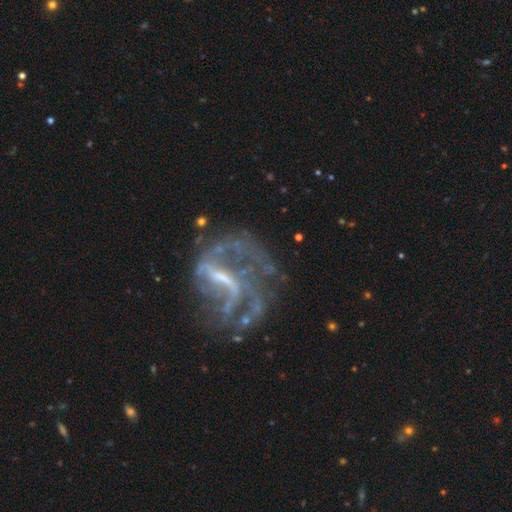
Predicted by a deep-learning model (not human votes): Overall: featured or disk (80%). Edge-on disk: no (97%). Bar: weak (44%; strong 35%). Spiral arms: yes (74%). Spiral arm count: 2 (37%; can't tell 30%). Spiral winding: loose (51%; medium 34%). Bulge size: small (40%; none 34%). Merging: none (40%; major disturbance 37%).